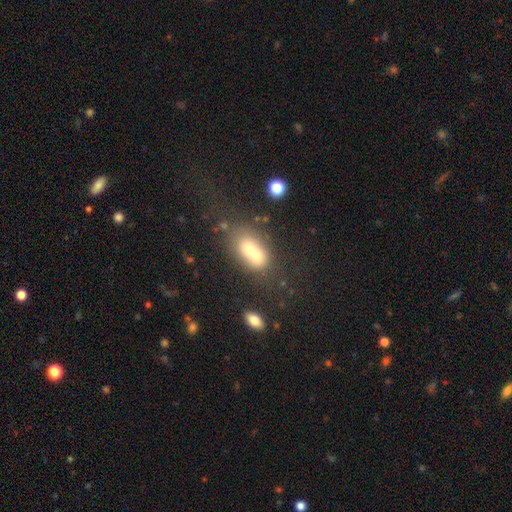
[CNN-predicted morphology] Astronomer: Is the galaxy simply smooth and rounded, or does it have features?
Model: smooth — 64%.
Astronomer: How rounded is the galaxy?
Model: in between — 73%.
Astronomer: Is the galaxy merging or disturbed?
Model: merger — 63%.